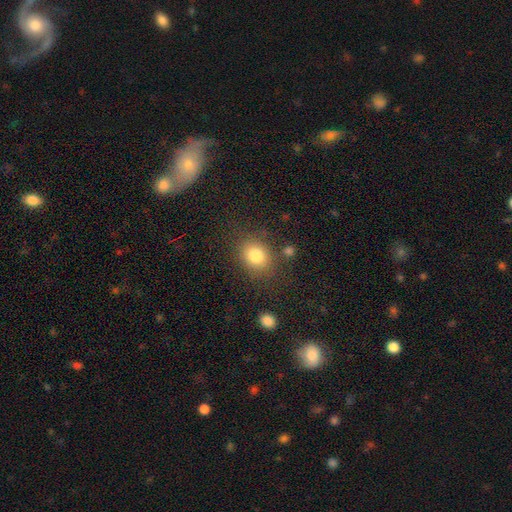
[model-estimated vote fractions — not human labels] Smooth or featured: smooth — 82% (star or artifact — 10%)
How rounded: round — 52% (in between — 47%)
Merging: none — 78% (minor disturbance — 13%)